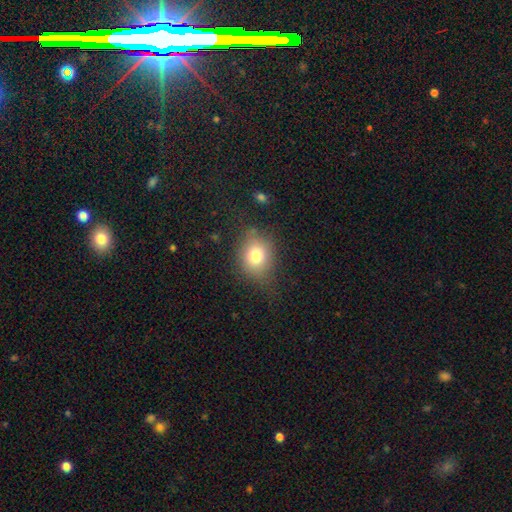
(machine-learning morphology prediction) The model was most divided on "how rounded": round: 53%, in between: 46%, cigar-shaped: 1%. More confident: smooth or featured — smooth (76%); merging — none (69%).